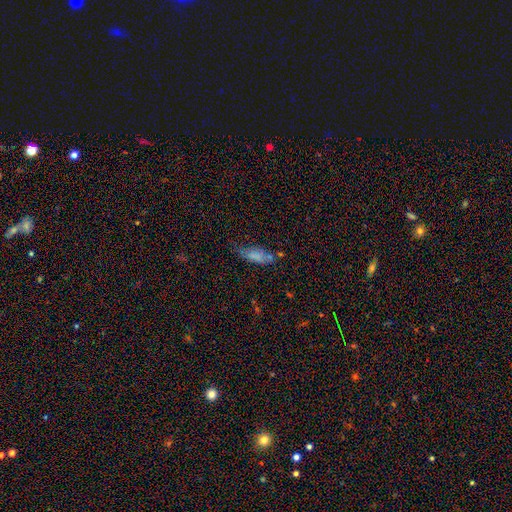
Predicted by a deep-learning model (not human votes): This appears to be a smooth galaxy with no disk features (67%) that is in between round and cigar-shaped (71%). Merging: none (43%).